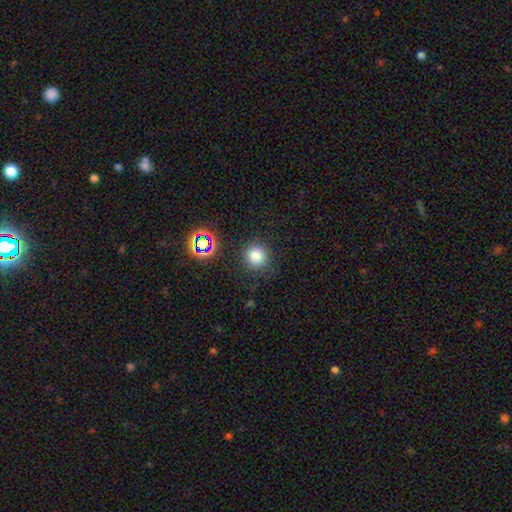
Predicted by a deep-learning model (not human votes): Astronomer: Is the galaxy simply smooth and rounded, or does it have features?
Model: smooth — 78%.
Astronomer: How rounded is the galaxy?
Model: round — 93%.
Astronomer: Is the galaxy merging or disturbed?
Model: none — 85%.